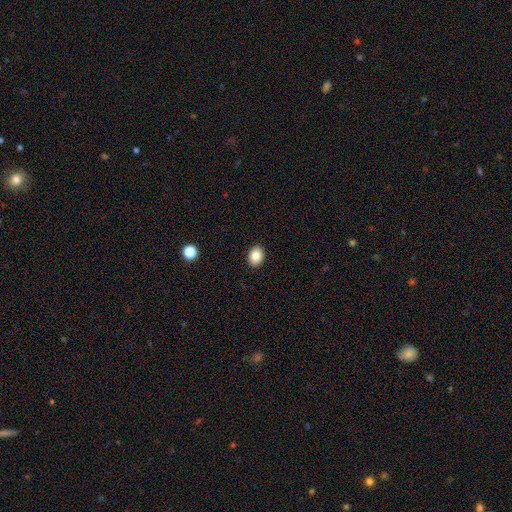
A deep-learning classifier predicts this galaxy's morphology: A smooth galaxy with no disk features (85%) that is in between round and cigar-shaped (67%).

Vote fractions:
- Smooth or featured? smooth: 85% / star or artifact: 9% / featured or disk: 6%
- How rounded? in between: 67% / round: 32% / cigar-shaped: 1%
- Merging? none: 90% / minor disturbance: 7% / major disturbance: 2% / merger: 1%